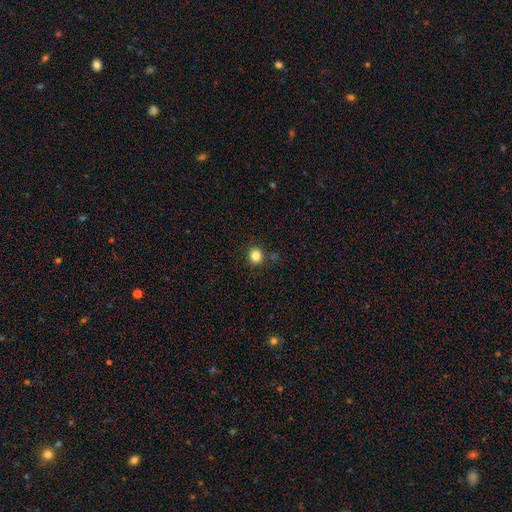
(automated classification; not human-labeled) Smooth or featured?
  - smooth: 83% *
  - star or artifact: 12%
  - featured or disk: 5%
How rounded?
  - round: 88% *
  - in between: 11%
  - cigar-shaped: 1%
Merging?
  - none: 87% *
  - minor disturbance: 8%
  - merger: 3%
  - major disturbance: 2%